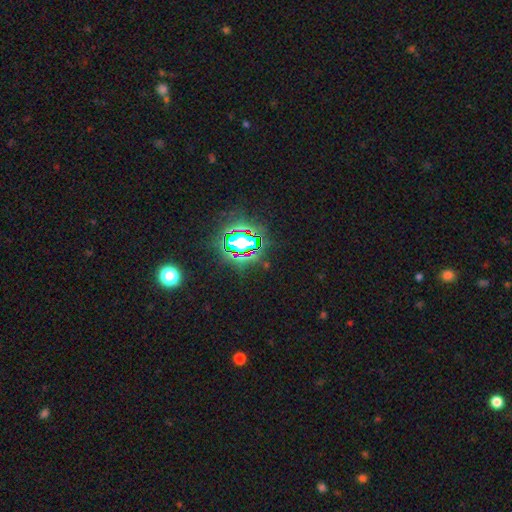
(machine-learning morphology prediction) A star or artifact, not a galaxy (83%).

Vote fractions:
- Smooth or featured? star or artifact: 83% / smooth: 11% / featured or disk: 7%